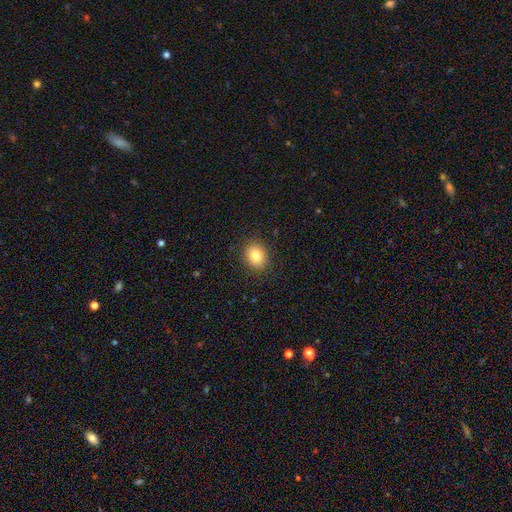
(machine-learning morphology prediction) Smooth or featured: smooth — 82% (star or artifact — 10%)
How rounded: round — 65% (in between — 34%)
Merging: none — 89% (minor disturbance — 8%)